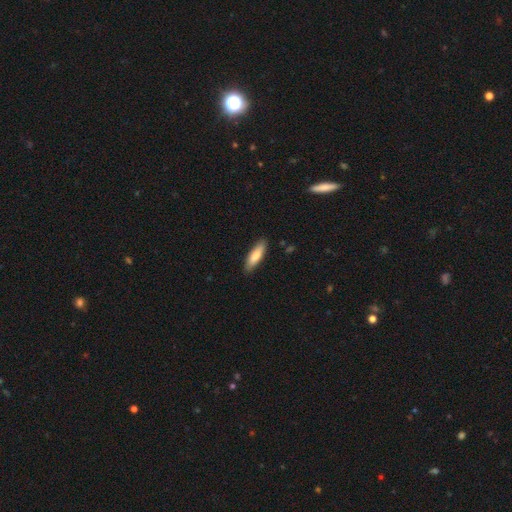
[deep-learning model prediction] Overall: smooth (79%). How rounded: cigar-shaped (52%; in between 47%). Merging: none (87%).